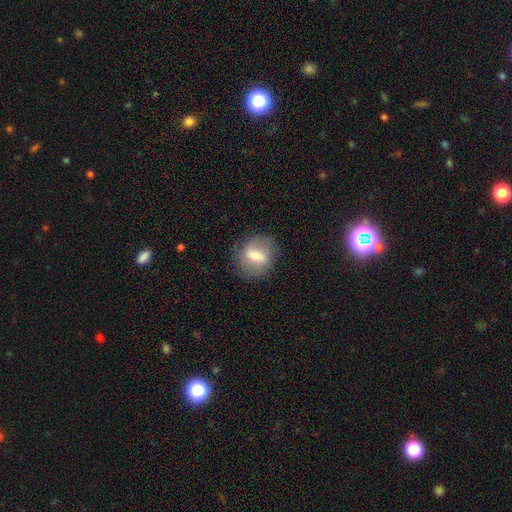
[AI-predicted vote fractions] smooth 54%, featured or disk 38%, star or artifact 8%. Down the decision tree: how rounded — round (59%); merging — none (79%).